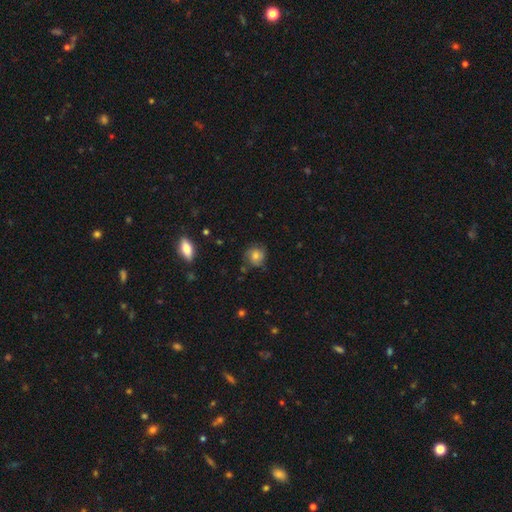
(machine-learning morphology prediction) This appears to be a smooth galaxy with no disk features (59%) that is round (80%). Merging: none (66%).